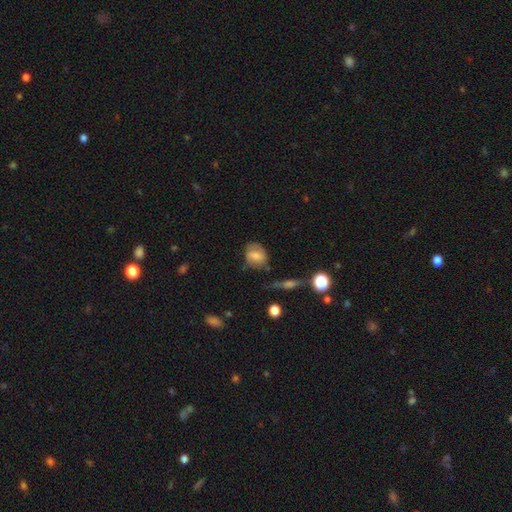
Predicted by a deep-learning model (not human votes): smooth 62%, featured or disk 29%, star or artifact 9%. Down the decision tree: how rounded — in between (50%); merging — none (61%).